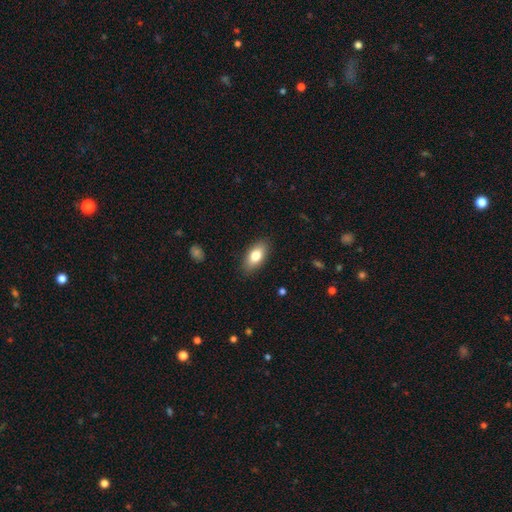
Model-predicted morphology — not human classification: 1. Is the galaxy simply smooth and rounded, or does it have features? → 79% smooth, 15% featured or disk, 7% star or artifact.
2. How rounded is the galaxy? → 88% in between, 8% cigar-shaped, 4% round.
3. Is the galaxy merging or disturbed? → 87% none, 10% minor disturbance, 2% major disturbance, 1% merger.